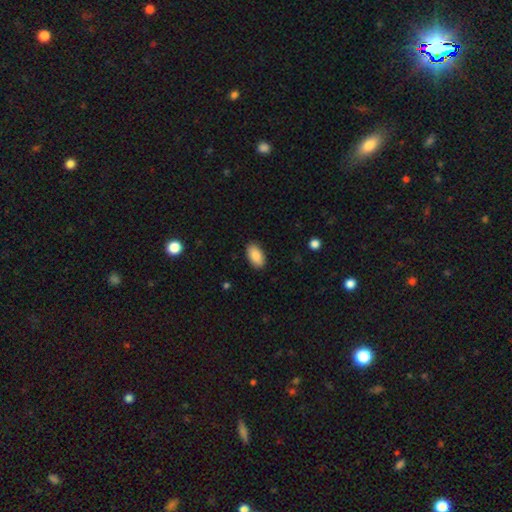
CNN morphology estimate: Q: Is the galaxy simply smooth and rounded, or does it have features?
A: smooth — 88%.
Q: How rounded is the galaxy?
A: in between — 95%.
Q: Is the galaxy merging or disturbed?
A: none — 88%.